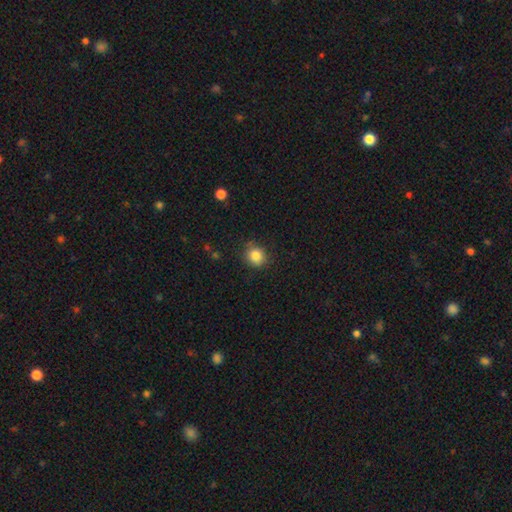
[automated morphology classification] Q: Smooth or featured?
A: smooth (84%); runner-up: star or artifact (11%)
Q: How rounded?
A: round (82%); runner-up: in between (17%)
Q: Merging?
A: none (83%); runner-up: minor disturbance (12%)